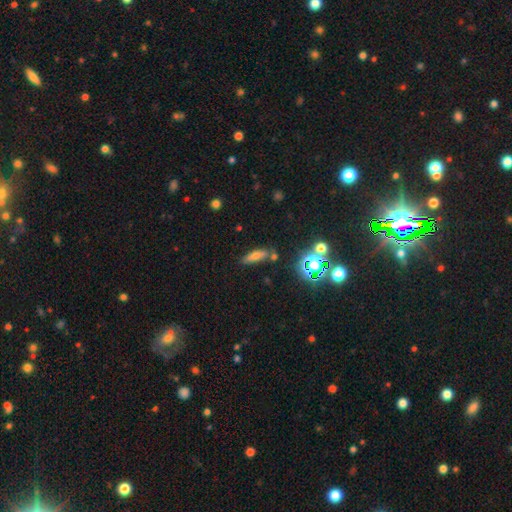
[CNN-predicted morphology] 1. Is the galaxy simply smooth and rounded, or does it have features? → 60% smooth, 20% star or artifact, 20% featured or disk.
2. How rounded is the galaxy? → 55% cigar-shaped, 38% in between, 7% round.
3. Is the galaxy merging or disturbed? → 72% none, 15% minor disturbance, 9% merger, 5% major disturbance.